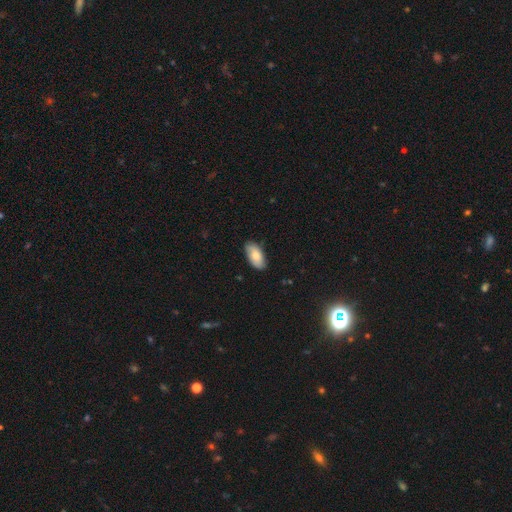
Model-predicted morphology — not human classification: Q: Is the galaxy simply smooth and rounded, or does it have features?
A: smooth — 78%.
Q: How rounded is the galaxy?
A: in between — 94%.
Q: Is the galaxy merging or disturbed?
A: none — 83%.